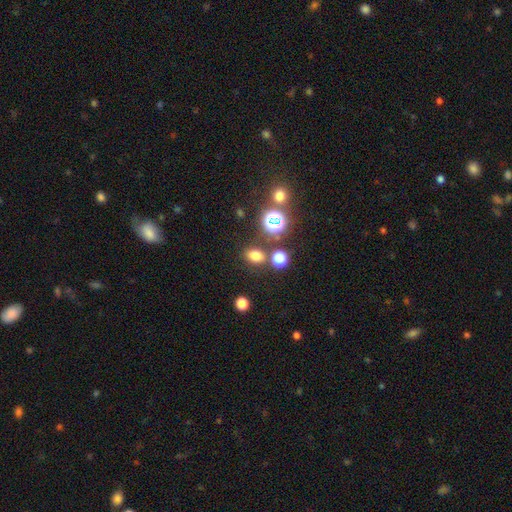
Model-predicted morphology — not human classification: This is likely a smooth galaxy (71%). How rounded: likely in between (65%). Merging: likely none (76%).